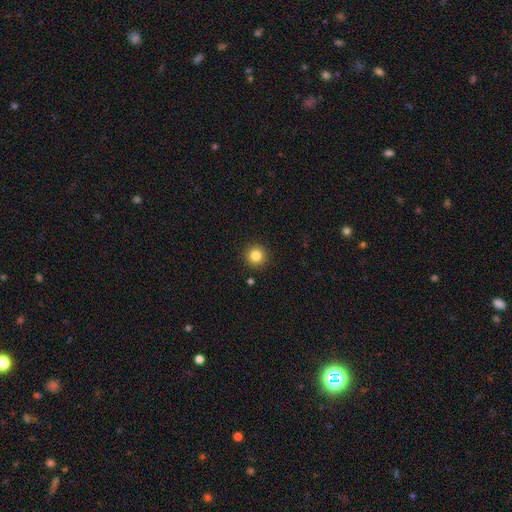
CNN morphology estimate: Overall: smooth (84%). How rounded: round (95%). Merging: none (91%).